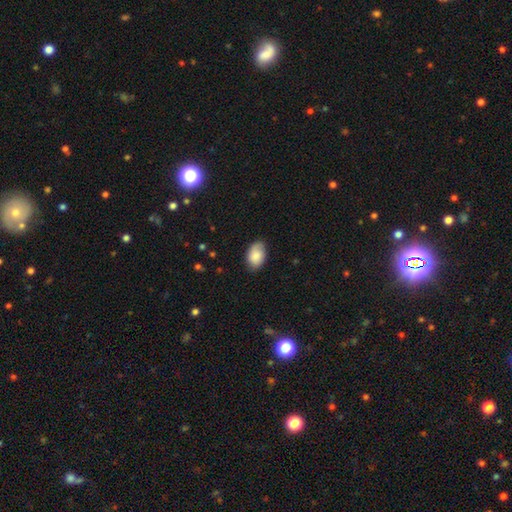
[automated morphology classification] smooth 82%, featured or disk 11%, star or artifact 7%. Down the decision tree: how rounded — in between (89%); merging — none (76%).